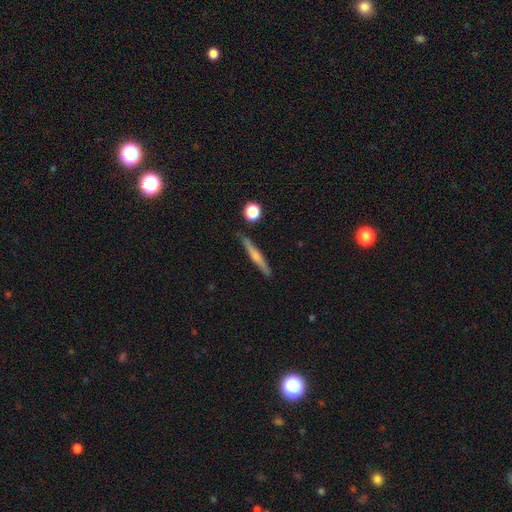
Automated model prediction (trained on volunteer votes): A featured or disk galaxy (49%).

Vote fractions:
- Smooth or featured? featured or disk: 49% / smooth: 44% / star or artifact: 7%
- Merging? none: 87% / minor disturbance: 9% / merger: 3% / major disturbance: 2%